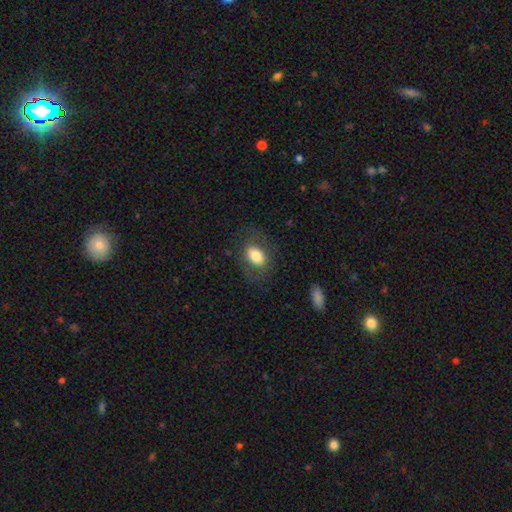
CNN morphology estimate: Smooth or featured: smooth — 75% (featured or disk — 18%)
How rounded: in between — 81% (round — 18%)
Merging: none — 73% (minor disturbance — 15%)